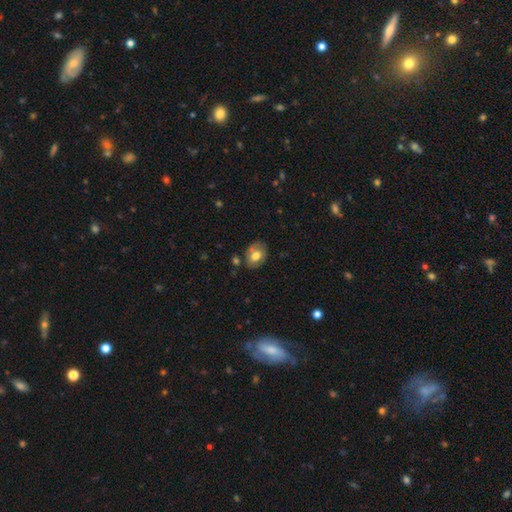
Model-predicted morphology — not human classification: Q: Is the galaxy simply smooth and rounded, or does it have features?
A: smooth — 64%.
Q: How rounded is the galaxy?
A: in between — 71%.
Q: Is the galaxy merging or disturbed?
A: none — 70%.